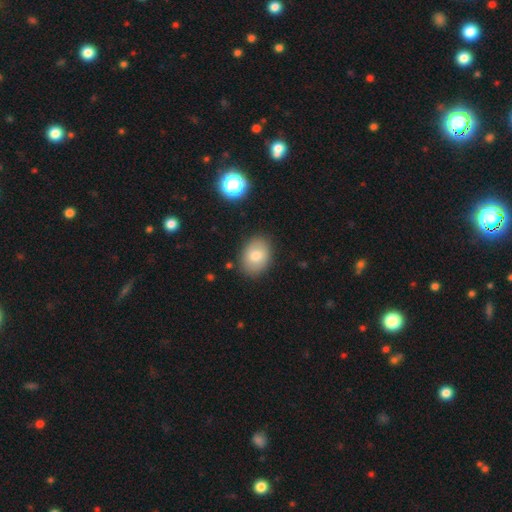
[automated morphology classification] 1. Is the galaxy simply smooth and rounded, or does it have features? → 77% smooth, 14% featured or disk, 9% star or artifact.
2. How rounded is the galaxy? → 68% in between, 31% round, 1% cigar-shaped.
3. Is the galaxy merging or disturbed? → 84% none, 11% minor disturbance, 3% major disturbance, 2% merger.